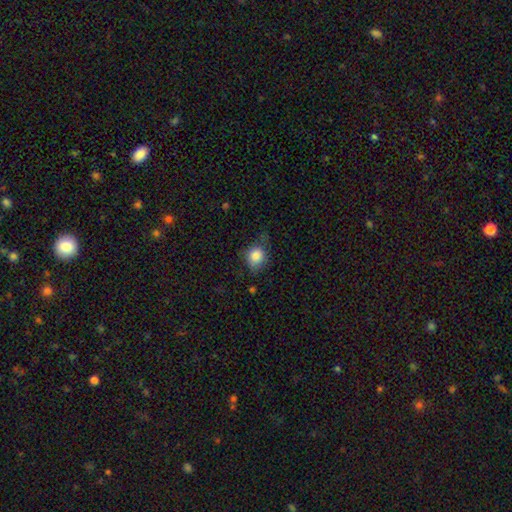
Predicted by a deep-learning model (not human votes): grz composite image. It shows a smooth galaxy with no disk features (84%) that is round (68%). Merging: none (57%).